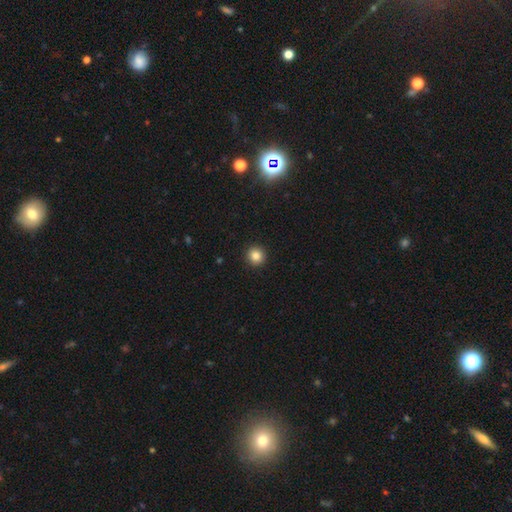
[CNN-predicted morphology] Q: Smooth or featured?
A: smooth (84%); runner-up: star or artifact (11%)
Q: How rounded?
A: round (94%); runner-up: in between (5%)
Q: Merging?
A: none (93%); runner-up: minor disturbance (5%)